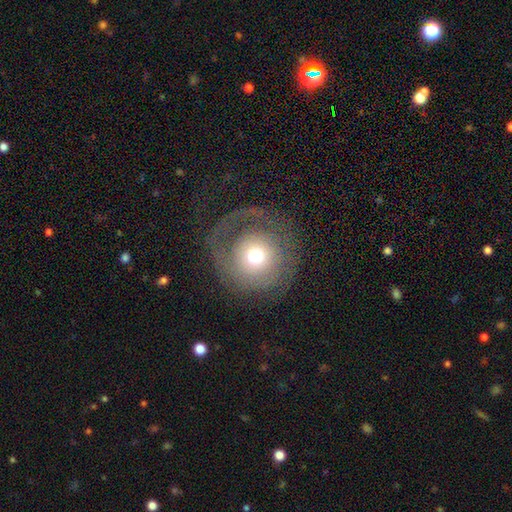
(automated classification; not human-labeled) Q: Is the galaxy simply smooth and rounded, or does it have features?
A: featured or disk — 51%.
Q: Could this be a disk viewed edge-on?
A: no — 97%.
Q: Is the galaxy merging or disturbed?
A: none — 62%.